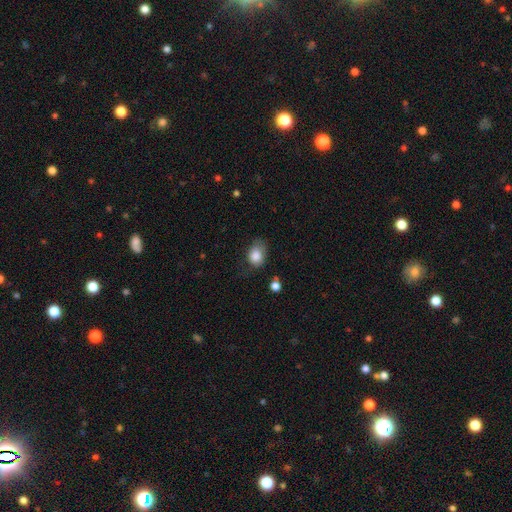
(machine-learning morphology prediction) Smooth or featured?
  - smooth: 83% *
  - featured or disk: 8%
  - star or artifact: 8%
How rounded?
  - in between: 68% *
  - round: 31%
  - cigar-shaped: 1%
Merging?
  - none: 50% *
  - minor disturbance: 32%
  - major disturbance: 15%
  - merger: 3%